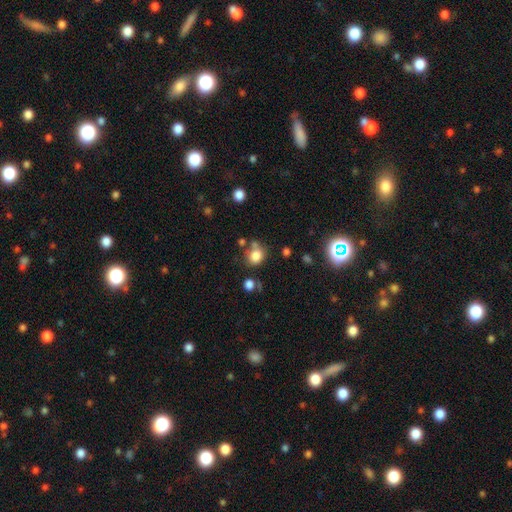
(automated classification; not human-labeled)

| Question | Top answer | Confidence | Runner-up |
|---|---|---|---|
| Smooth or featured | smooth | 80% | star or artifact (12%) |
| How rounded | round | 74% | in between (25%) |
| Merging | none | 61% | minor disturbance (17%) |